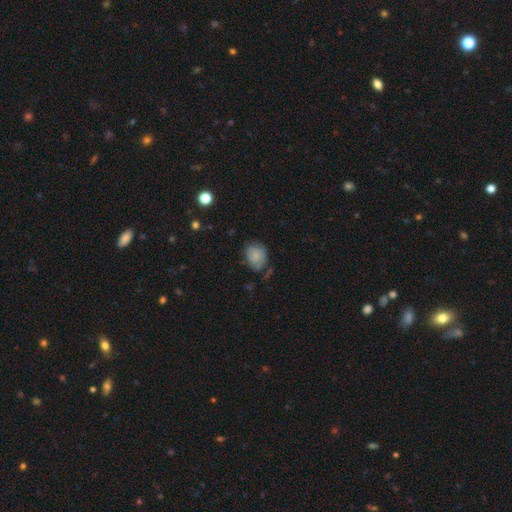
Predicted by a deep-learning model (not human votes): smooth_or_featured: smooth (p=0.74) [alt: featured or disk p=0.16]
how_rounded: round (p=0.52) [alt: in between p=0.47]
merging: none (p=0.52) [alt: minor disturbance p=0.31]